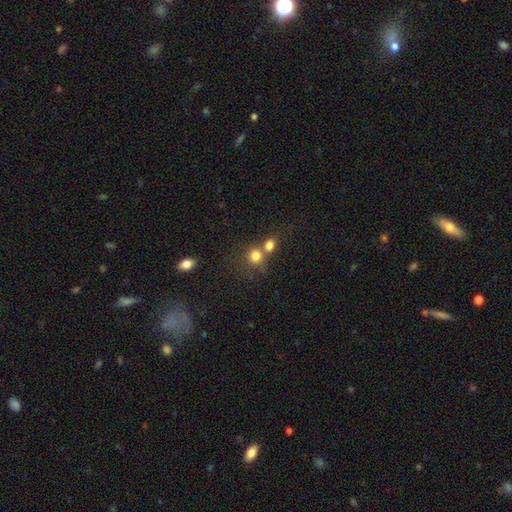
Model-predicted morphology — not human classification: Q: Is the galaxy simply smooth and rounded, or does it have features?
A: smooth — 79%.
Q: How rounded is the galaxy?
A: round — 82%.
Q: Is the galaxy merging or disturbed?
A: merger — 45%.